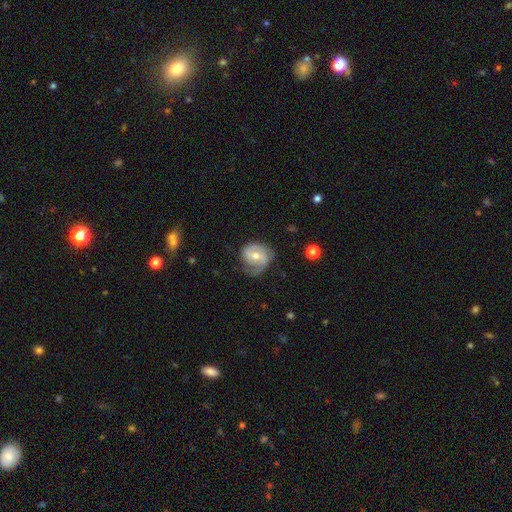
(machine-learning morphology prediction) Q: Smooth or featured?
A: featured or disk (74%); runner-up: smooth (20%)
Q: Edge-on disk?
A: no (97%); runner-up: yes (3%)
Q: Bar?
A: weak (45%); runner-up: no (41%)
Q: Spiral arms?
A: yes (92%); runner-up: no (8%)
Q: Spiral winding?
A: medium (45%); runner-up: tight (37%)
Q: Spiral arm count?
A: 2 (77%); runner-up: can't tell (10%)
Q: Bulge size?
A: moderate (65%); runner-up: small (29%)
Q: Merging?
A: none (64%); runner-up: minor disturbance (24%)